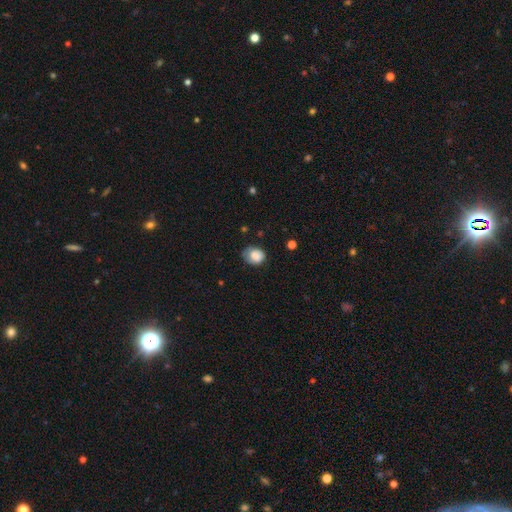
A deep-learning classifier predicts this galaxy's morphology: smooth 81%, featured or disk 10%, star or artifact 9%. Down the decision tree: how rounded — round (56%); merging — none (54%).